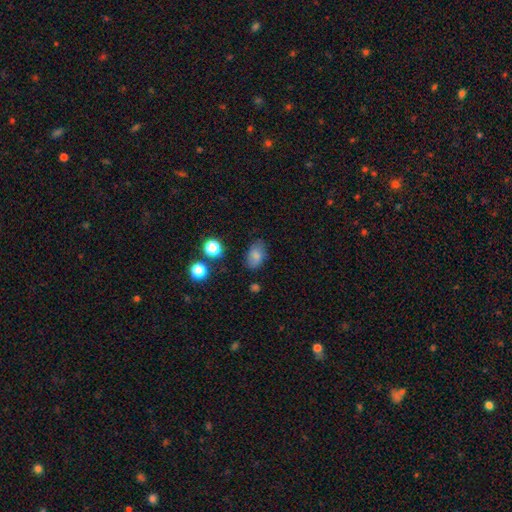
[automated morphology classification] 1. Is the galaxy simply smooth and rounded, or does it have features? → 80% smooth, 11% star or artifact, 9% featured or disk.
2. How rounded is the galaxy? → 86% in between, 13% round, 2% cigar-shaped.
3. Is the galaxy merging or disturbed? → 74% none, 18% minor disturbance, 5% major disturbance, 2% merger.